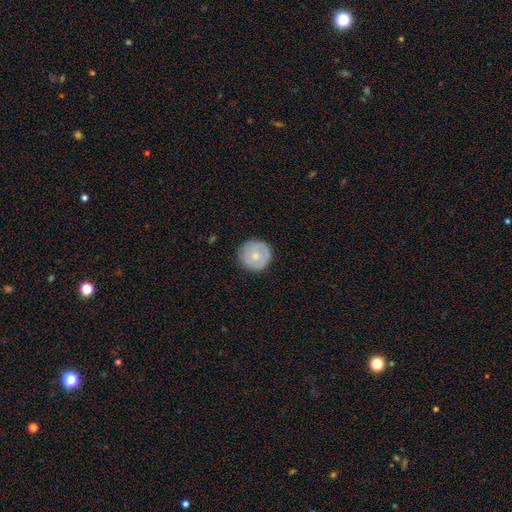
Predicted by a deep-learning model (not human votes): Smooth or featured: smooth — 62% (featured or disk — 32%)
How rounded: round — 95% (in between — 4%)
Merging: none — 86% (minor disturbance — 10%)